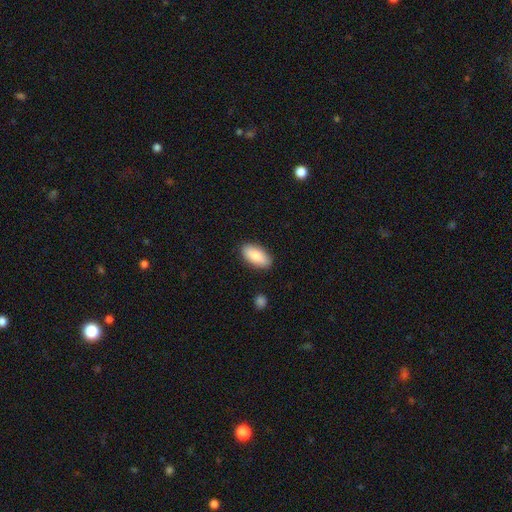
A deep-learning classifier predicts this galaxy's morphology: Q: Smooth or featured?
A: smooth (85%); runner-up: featured or disk (9%)
Q: How rounded?
A: in between (90%); runner-up: cigar-shaped (7%)
Q: Merging?
A: none (88%); runner-up: minor disturbance (9%)